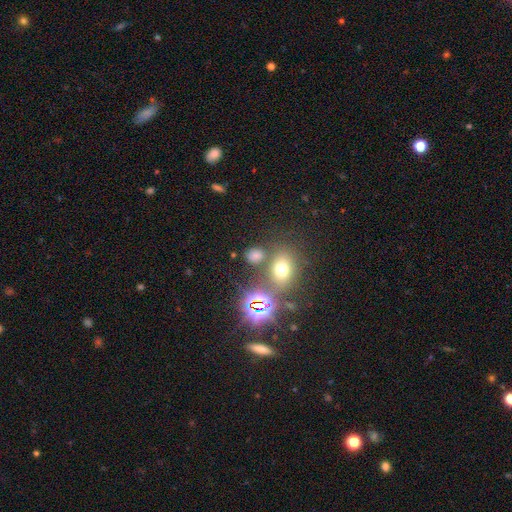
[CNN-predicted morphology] Smooth or featured: smooth — 59% (star or artifact — 32%)
How rounded: round — 50% (in between — 48%)
Merging: none — 71% (merger — 14%)